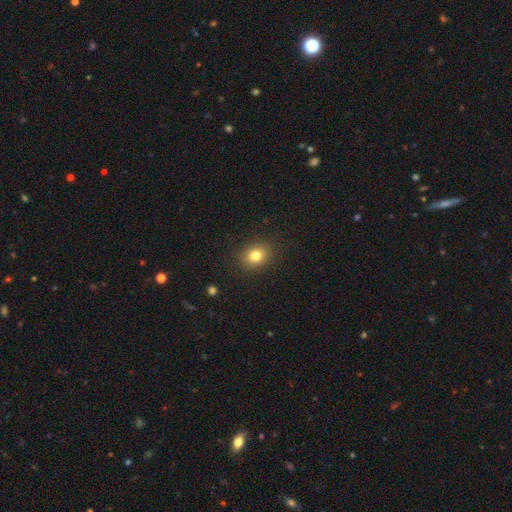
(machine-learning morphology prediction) A smooth galaxy with no disk features (80%) that is round (62%). Merging: none (88%).